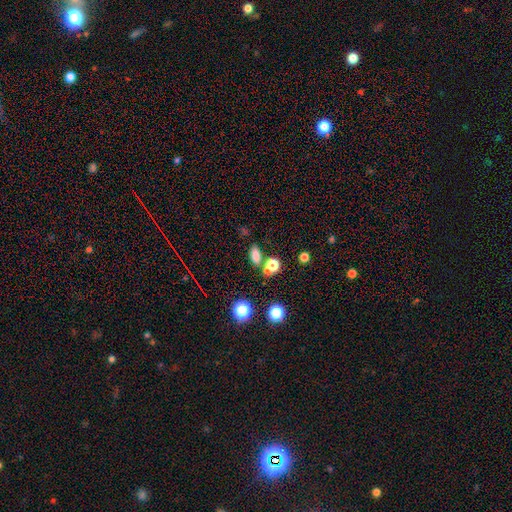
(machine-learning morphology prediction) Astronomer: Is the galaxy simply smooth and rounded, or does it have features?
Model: smooth — 74%.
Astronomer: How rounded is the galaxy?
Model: in between — 76%.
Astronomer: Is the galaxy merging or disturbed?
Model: none — 66%.